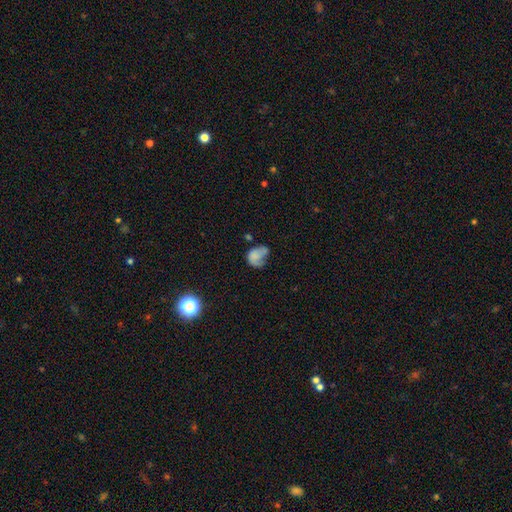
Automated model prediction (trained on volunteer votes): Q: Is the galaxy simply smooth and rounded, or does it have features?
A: smooth — 59%.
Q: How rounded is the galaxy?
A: in between — 57%.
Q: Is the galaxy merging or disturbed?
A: major disturbance — 35%.